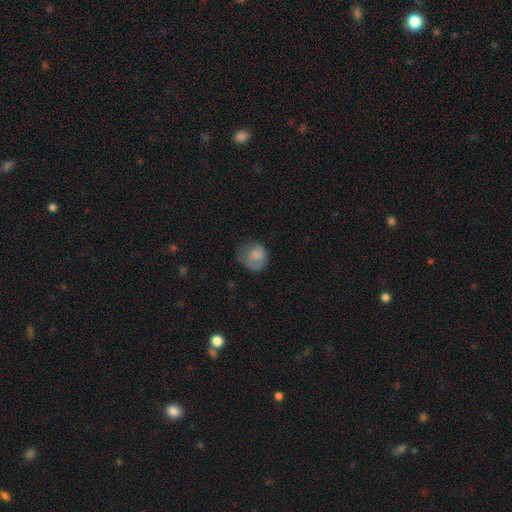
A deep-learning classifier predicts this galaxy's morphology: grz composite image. It shows a smooth galaxy with no disk features (75%) that is round (72%). Merging: none (43%).